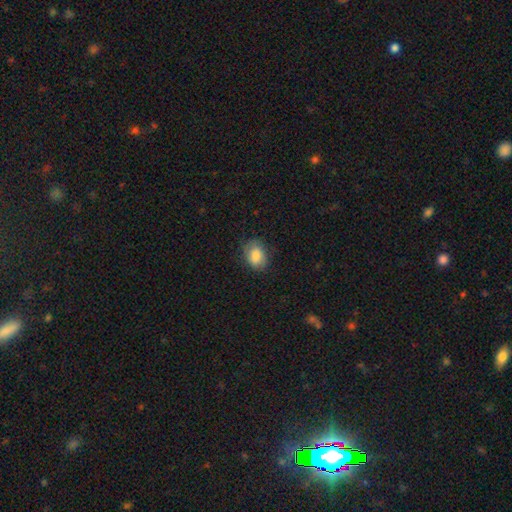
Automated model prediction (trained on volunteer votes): Smooth or featured? smooth (84%)
How rounded? in between (78%)
Merging? none (73%)